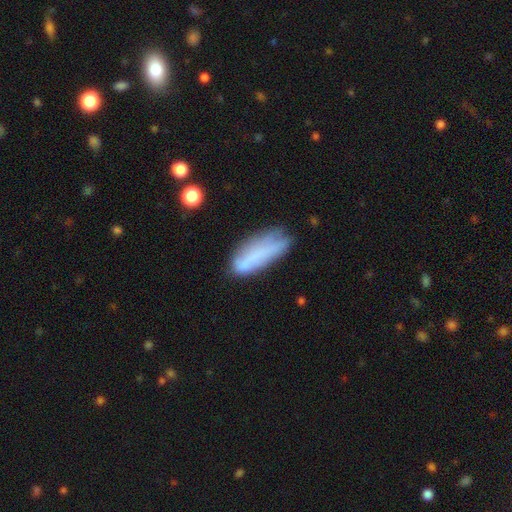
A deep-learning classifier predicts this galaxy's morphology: smooth 66%, featured or disk 25%, star or artifact 9%. Down the decision tree: how rounded — in between (57%); merging — none (57%).